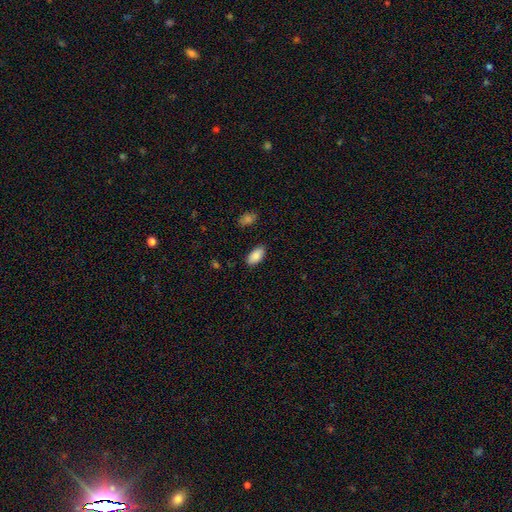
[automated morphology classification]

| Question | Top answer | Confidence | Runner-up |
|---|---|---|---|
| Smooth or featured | smooth | 87% | star or artifact (7%) |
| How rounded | in between | 94% | cigar-shaped (4%) |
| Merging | none | 86% | minor disturbance (10%) |